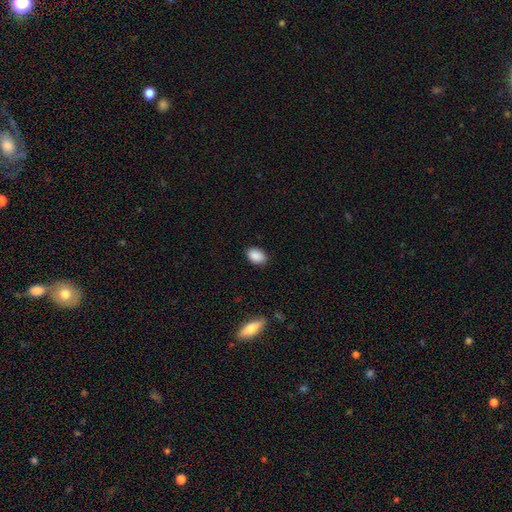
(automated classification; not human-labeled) Overall: smooth (89%). How rounded: in between (84%). Merging: none (85%).